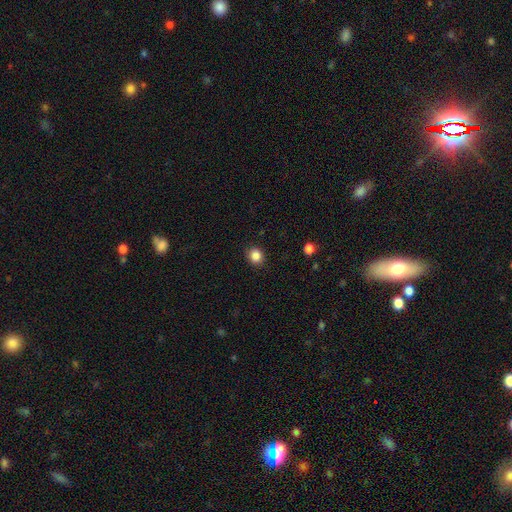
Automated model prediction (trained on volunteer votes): This is clearly a smooth galaxy (86%). How rounded: likely round (76%). Merging: clearly none (89%).